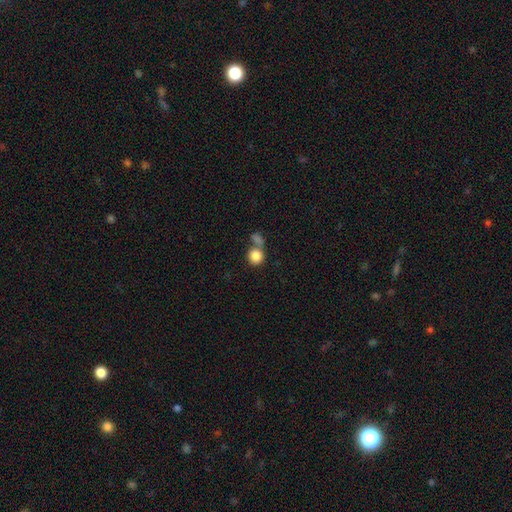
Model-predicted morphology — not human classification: Smooth or featured? Predicted: smooth (p=0.85). How rounded? Predicted: round (p=0.86). Merging? Predicted: none (p=0.47).